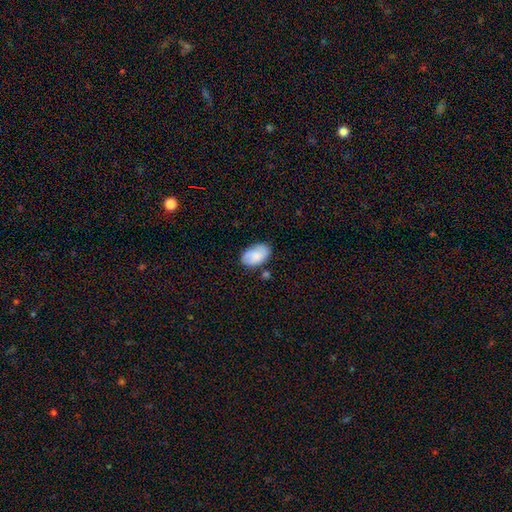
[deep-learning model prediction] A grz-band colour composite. It shows a smooth galaxy with no disk features (81%) that is in between round and cigar-shaped (93%). Merging: none (71%).